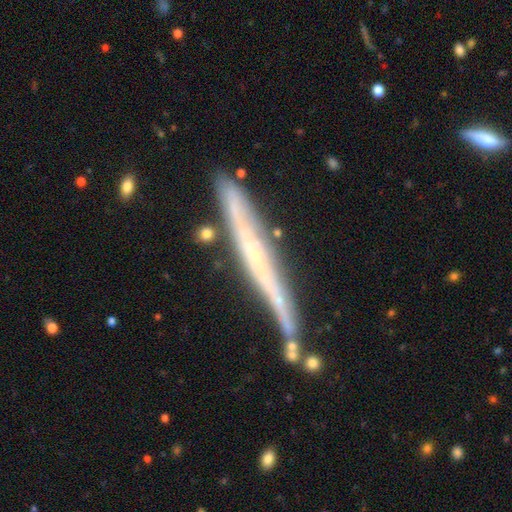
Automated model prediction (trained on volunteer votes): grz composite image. It shows a featured or disk galaxy (69%) viewed edge-on (93%) with no central bulge (72%). Merging: none (73%).